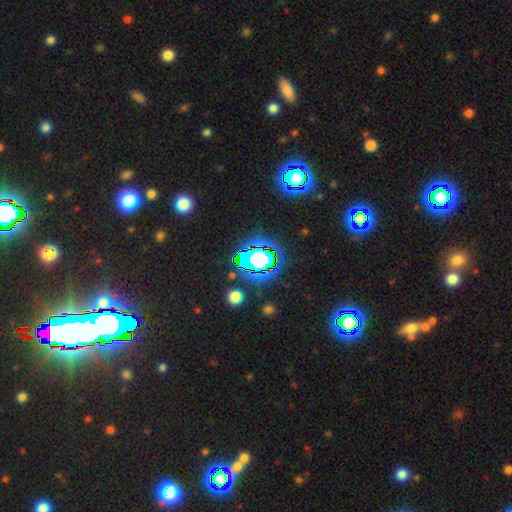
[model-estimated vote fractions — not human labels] Overall: star or artifact (62%; smooth 23%).